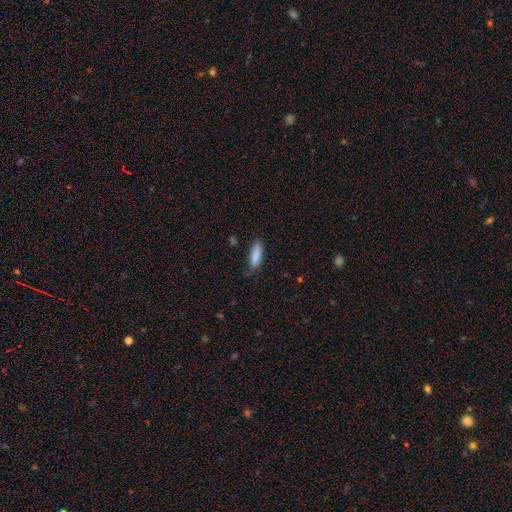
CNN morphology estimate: smooth-or-featured: smooth: 86% | featured or disk: 7% | star or artifact: 6%
  how-rounded: cigar-shaped: 51% | in between: 47% | round: 2%
  merging: none: 72% | minor disturbance: 22% | major disturbance: 4% | merger: 2%